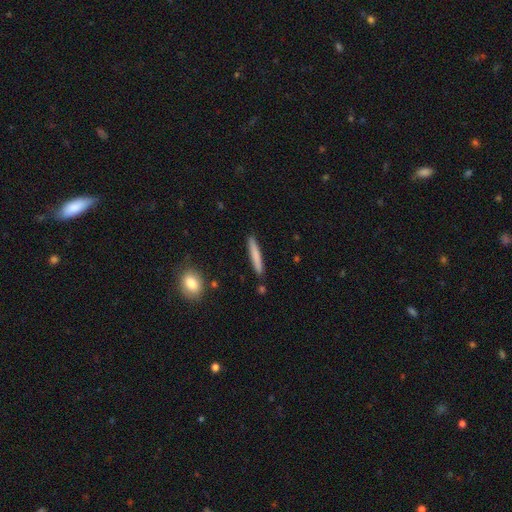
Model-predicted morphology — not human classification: type=smooth (75%); roundness=cigar-shaped (95%); merging=none (90%).